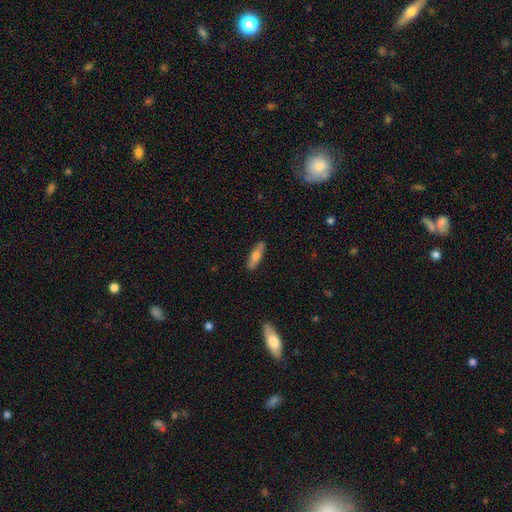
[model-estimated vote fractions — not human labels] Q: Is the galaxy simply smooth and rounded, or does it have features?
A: smooth — 58%.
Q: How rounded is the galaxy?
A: cigar-shaped — 64%.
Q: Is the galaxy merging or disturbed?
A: none — 87%.